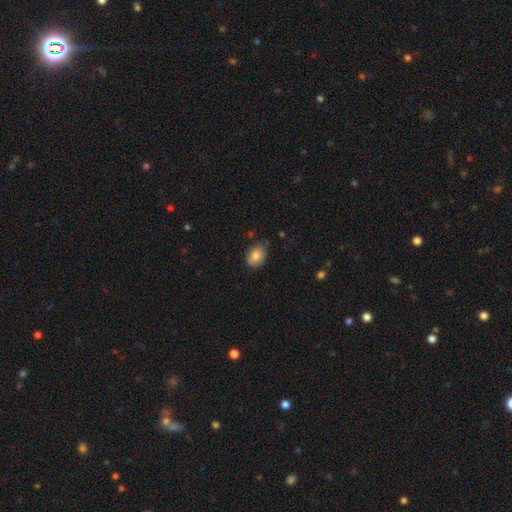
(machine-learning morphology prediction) A smooth galaxy with no disk features (81%) that is in between round and cigar-shaped (64%). Merging: none (70%).